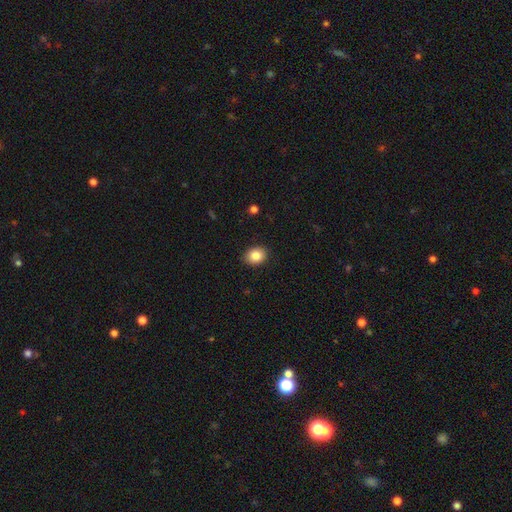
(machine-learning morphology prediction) A smooth galaxy with no disk features (85%) that is in between round and cigar-shaped (55%).

Vote fractions:
- Smooth or featured? smooth: 85% / star or artifact: 9% / featured or disk: 6%
- How rounded? in between: 55% / round: 45% / cigar-shaped: 1%
- Merging? none: 89% / minor disturbance: 8% / major disturbance: 2% / merger: 1%